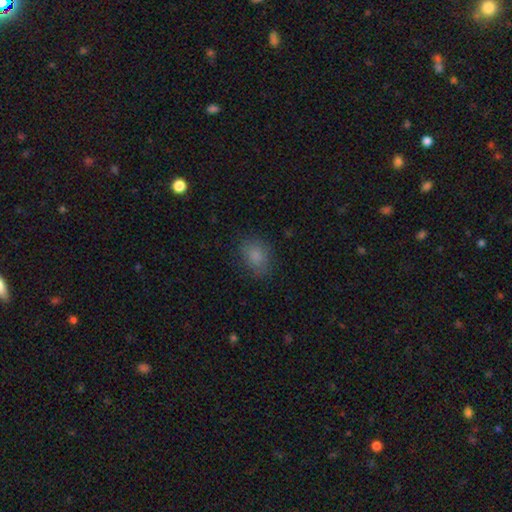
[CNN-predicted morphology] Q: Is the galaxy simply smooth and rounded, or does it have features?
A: smooth — 84%.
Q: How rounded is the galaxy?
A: in between — 69%.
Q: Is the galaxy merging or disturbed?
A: none — 79%.